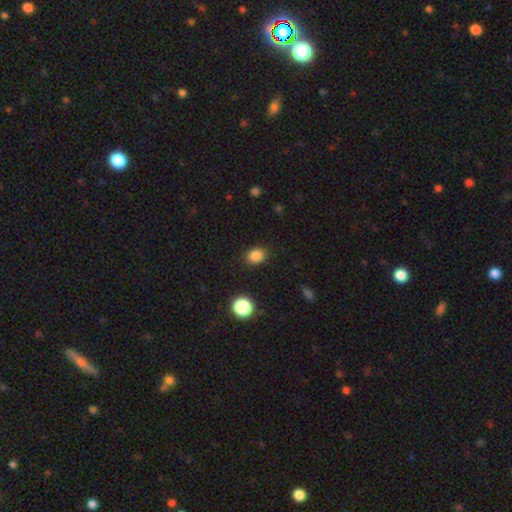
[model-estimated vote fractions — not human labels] Q: Smooth or featured?
A: smooth (85%); runner-up: star or artifact (12%)
Q: How rounded?
A: round (54%); runner-up: in between (45%)
Q: Merging?
A: none (88%); runner-up: minor disturbance (8%)